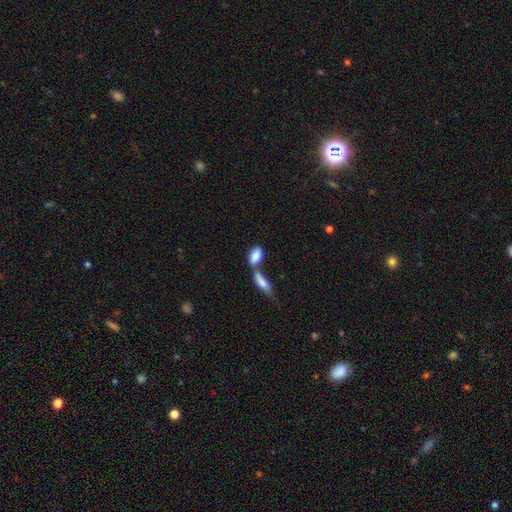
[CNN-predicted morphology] Q: Smooth or featured?
A: smooth (81%); runner-up: featured or disk (12%)
Q: How rounded?
A: in between (88%); runner-up: cigar-shaped (8%)
Q: Merging?
A: merger (54%); runner-up: none (31%)